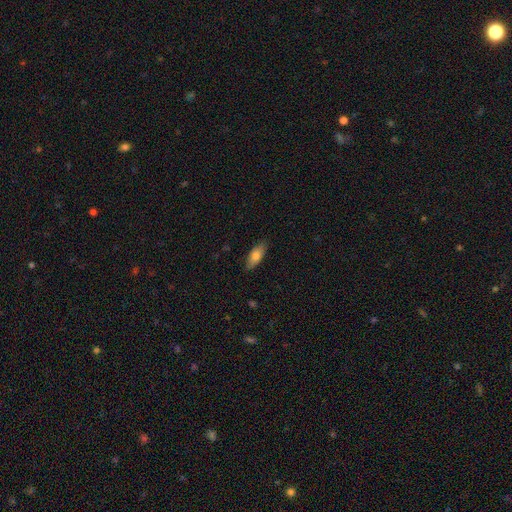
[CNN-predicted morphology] Overall: smooth (77%). How rounded: in between (74%). Merging: none (85%).